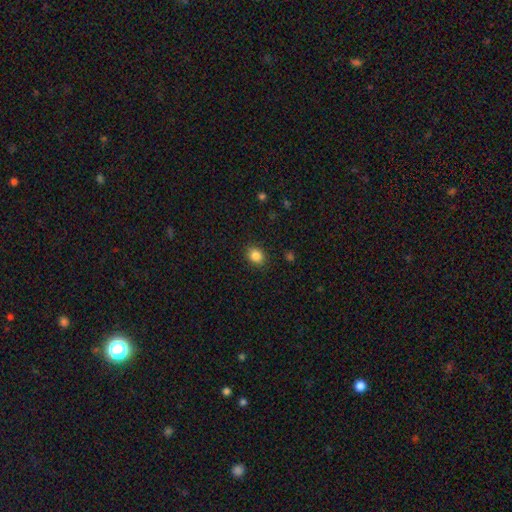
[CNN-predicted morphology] A smooth galaxy with no disk features (86%) that is round (58%). Merging: none (89%).